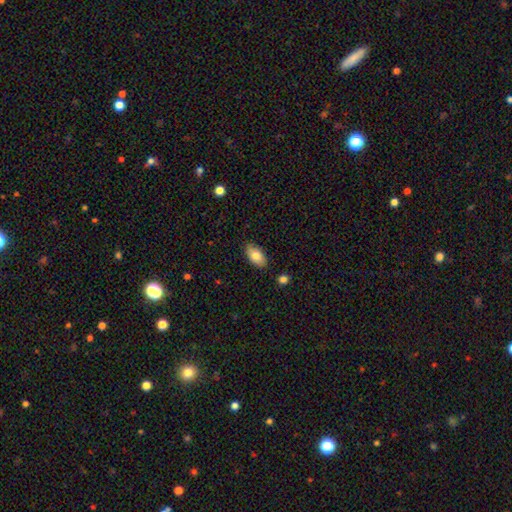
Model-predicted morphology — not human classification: A smooth galaxy with no disk features (81%) that is in between round and cigar-shaped (93%). Merging: none (85%).